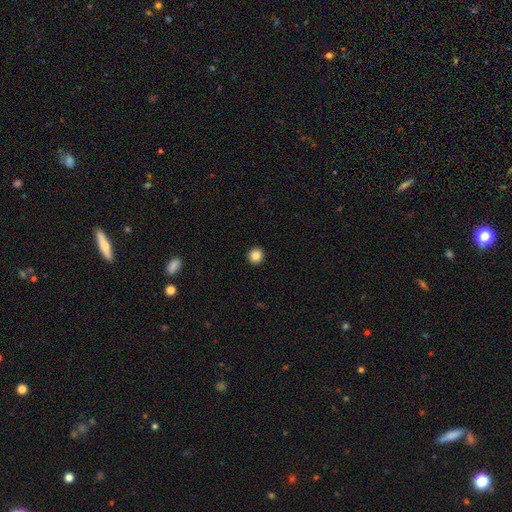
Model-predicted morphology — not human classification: Smooth or featured? smooth (85%)
How rounded? round (94%)
Merging? none (94%)